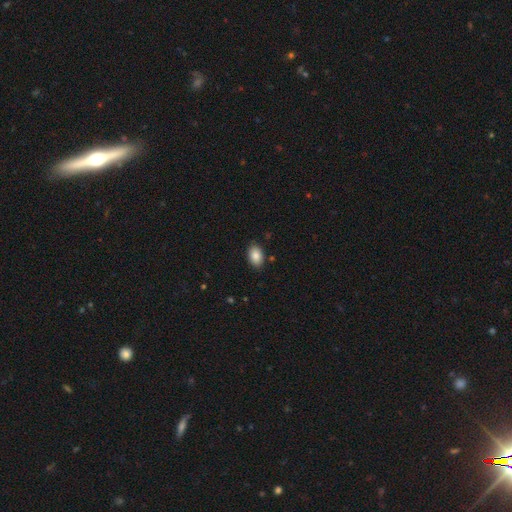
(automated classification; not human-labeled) smooth 87%, star or artifact 8%, featured or disk 5%. Down the decision tree: how rounded — in between (87%); merging — none (88%).